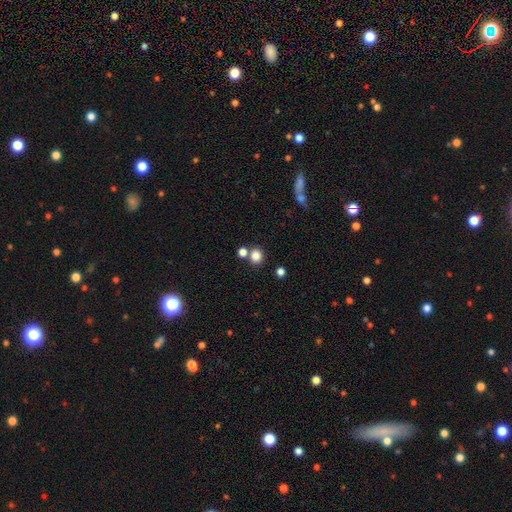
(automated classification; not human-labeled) smooth 82%, star or artifact 13%, featured or disk 5%. Down the decision tree: how rounded — round (79%); merging — none (69%).